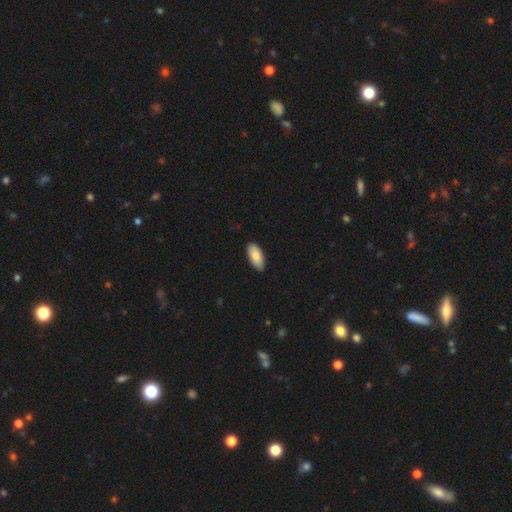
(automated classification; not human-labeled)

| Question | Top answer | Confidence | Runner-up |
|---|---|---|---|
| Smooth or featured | smooth | 83% | featured or disk (11%) |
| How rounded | in between | 91% | cigar-shaped (7%) |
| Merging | none | 85% | minor disturbance (12%) |